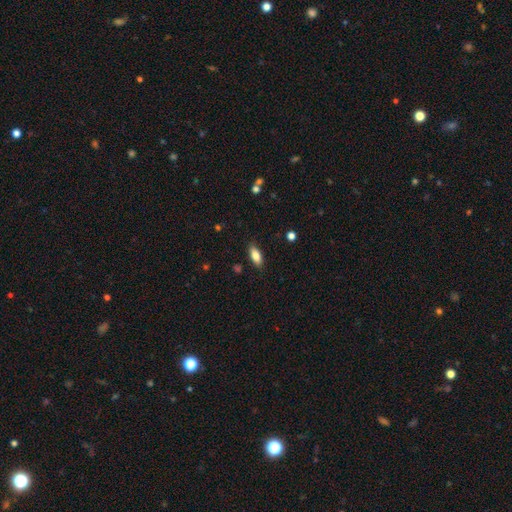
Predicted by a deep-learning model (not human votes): A smooth galaxy with no disk features (81%) that is in between round and cigar-shaped (82%).

Vote fractions:
- Smooth or featured? smooth: 81% / featured or disk: 12% / star or artifact: 7%
- How rounded? in between: 82% / cigar-shaped: 16% / round: 3%
- Merging? none: 85% / minor disturbance: 11% / major disturbance: 2% / merger: 1%